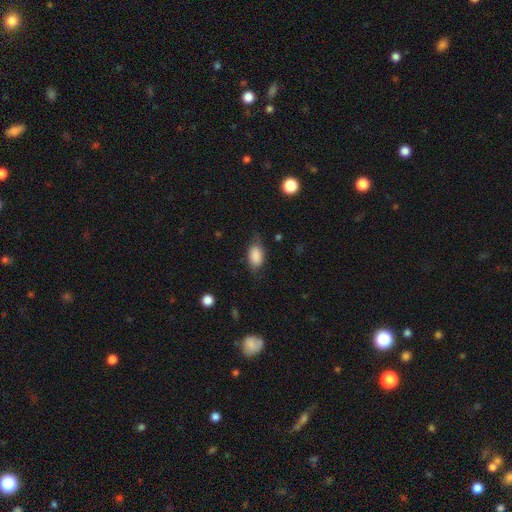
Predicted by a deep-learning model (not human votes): Smooth or featured: smooth — 83% (featured or disk — 10%)
How rounded: in between — 91% (round — 6%)
Merging: none — 68% (minor disturbance — 22%)